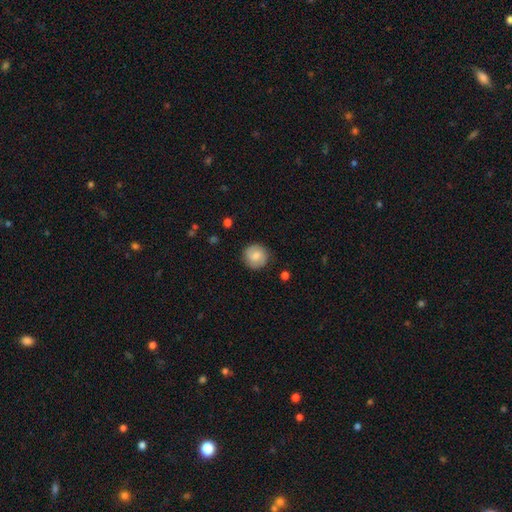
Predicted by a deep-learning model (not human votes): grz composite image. It shows a smooth galaxy with no disk features (66%) that is round (91%). Merging: none (86%).